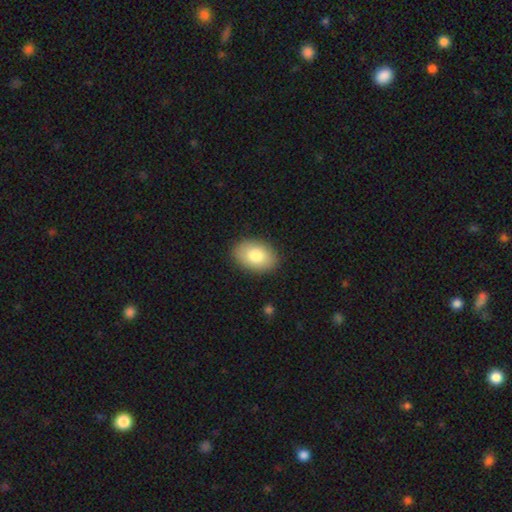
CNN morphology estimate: This is clearly a smooth galaxy (81%). How rounded: clearly in between (87%). Merging: clearly none (88%).